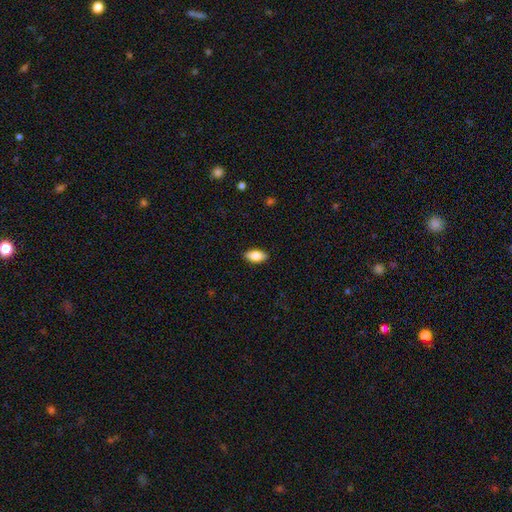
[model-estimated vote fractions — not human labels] Overall: smooth (80%). How rounded: in between (89%). Merging: none (89%).